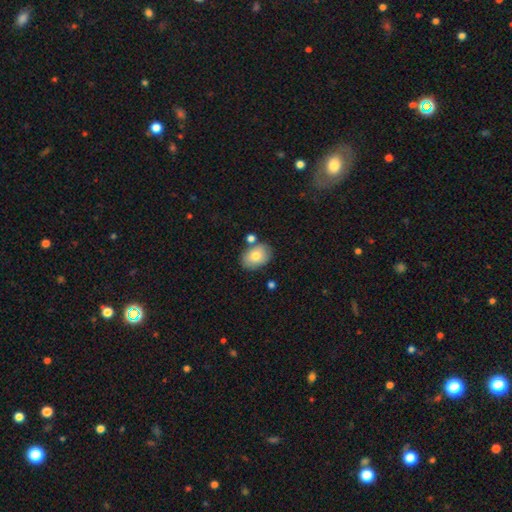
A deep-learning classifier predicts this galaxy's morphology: Smooth or featured? Predicted: smooth (p=0.77). How rounded? Predicted: in between (p=0.75). Merging? Predicted: none (p=0.71).